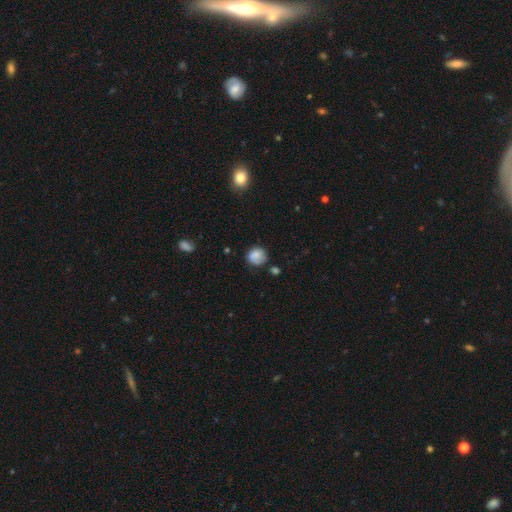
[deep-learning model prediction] The model was most divided on "merging": none: 66%, minor disturbance: 24%, major disturbance: 7%, merger: 3%. More confident: how rounded — round (82%); smooth or featured — smooth (74%).